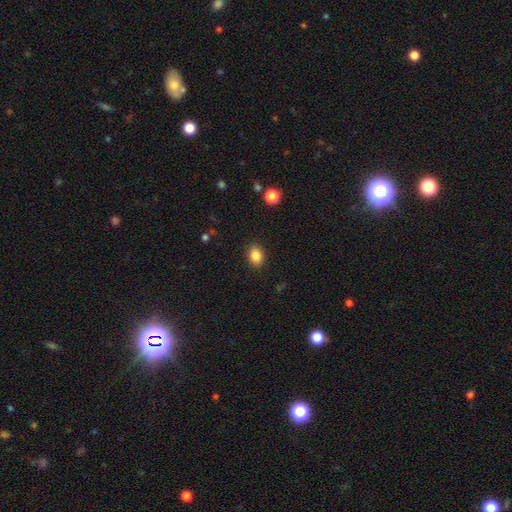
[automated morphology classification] This is clearly a smooth galaxy (86%). How rounded: likely in between (71%). Merging: clearly none (88%).